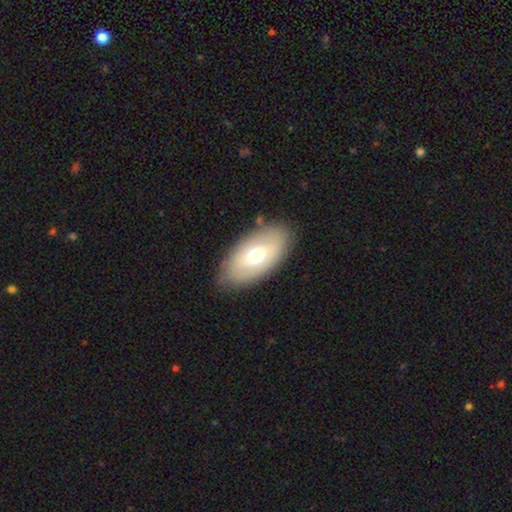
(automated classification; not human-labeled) Smooth or featured? Predicted: smooth (p=0.59). How rounded? Predicted: in between (p=0.93). Merging? Predicted: none (p=0.82).